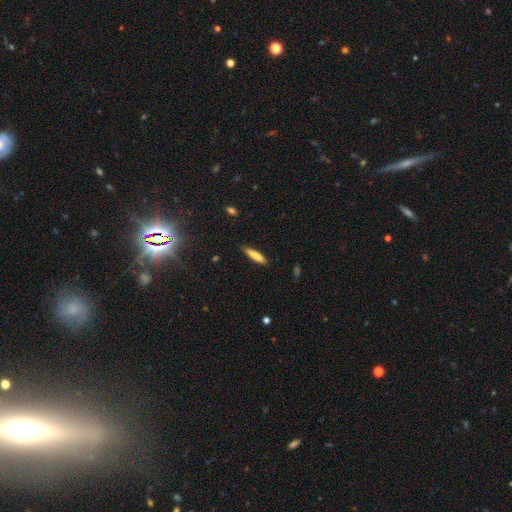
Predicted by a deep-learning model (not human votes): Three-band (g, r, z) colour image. It shows a smooth galaxy with no disk features (79%) that is cigar-shaped (80%). Merging: none (85%).